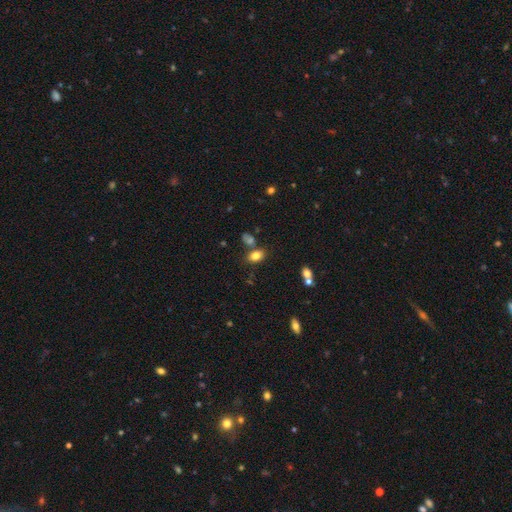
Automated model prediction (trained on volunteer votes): This appears to be a smooth galaxy with no disk features (80%) that is in between round and cigar-shaped (83%). Merging: none (67%).